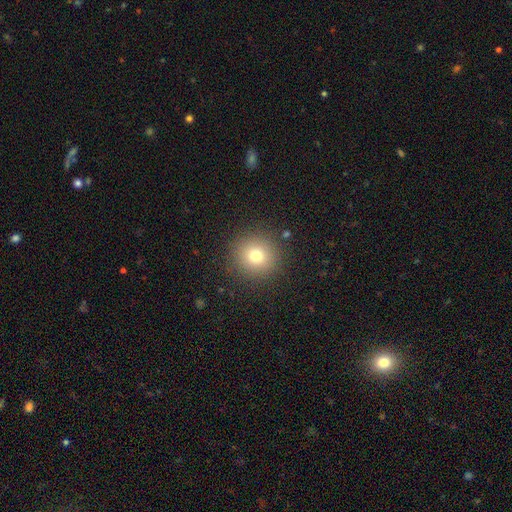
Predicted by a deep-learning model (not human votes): This appears to be a smooth galaxy with no disk features (75%) that is round (93%). Merging: none (90%).